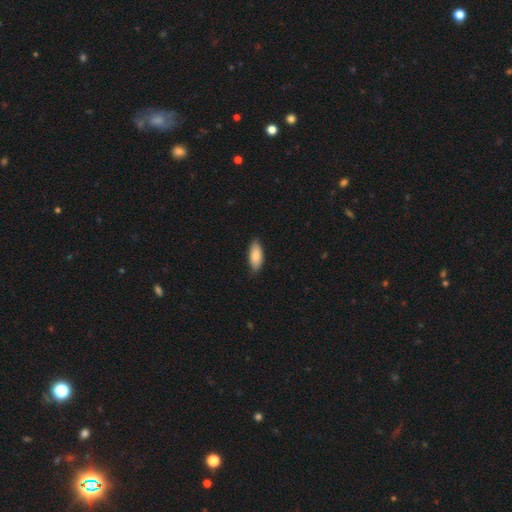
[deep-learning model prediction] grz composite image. It shows a smooth galaxy with no disk features (85%) that is in between round and cigar-shaped (84%). Merging: none (82%).